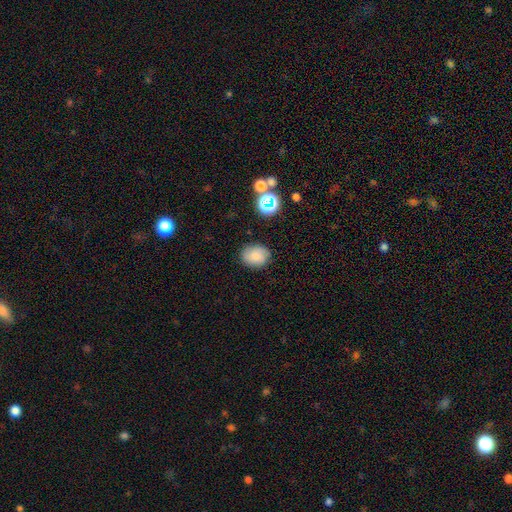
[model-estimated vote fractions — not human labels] A smooth galaxy with no disk features (78%) that is round (50%).

Vote fractions:
- Smooth or featured? smooth: 78% / star or artifact: 12% / featured or disk: 10%
- How rounded? round: 50% / in between: 49% / cigar-shaped: 1%
- Merging? none: 84% / minor disturbance: 11% / major disturbance: 3% / merger: 2%